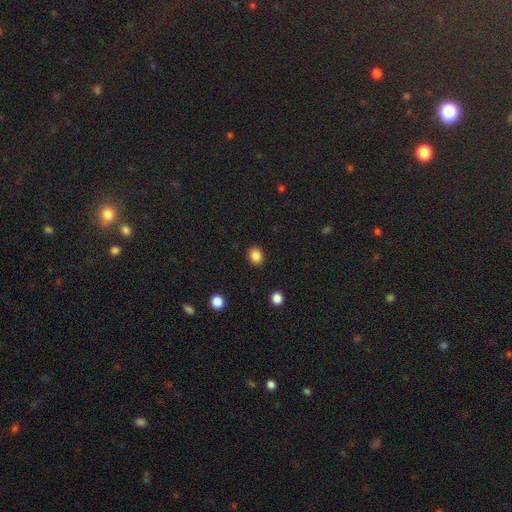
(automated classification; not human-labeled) Smooth or featured?
  - smooth: 86% *
  - star or artifact: 10%
  - featured or disk: 4%
How rounded?
  - round: 58% *
  - in between: 42%
  - cigar-shaped: 1%
Merging?
  - none: 90% *
  - minor disturbance: 7%
  - major disturbance: 2%
  - merger: 1%